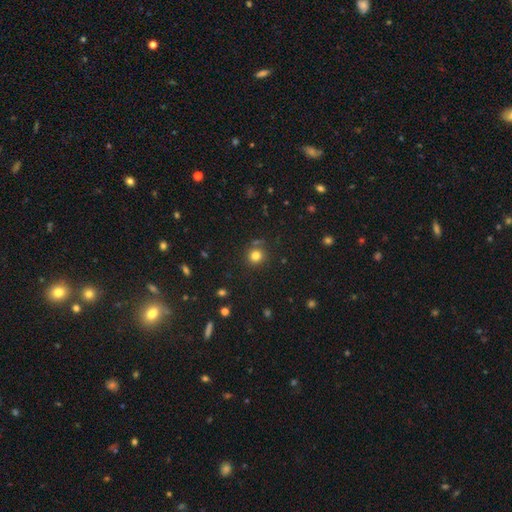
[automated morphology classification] Smooth or featured?
  - smooth: 79% *
  - star or artifact: 15%
  - featured or disk: 6%
How rounded?
  - round: 92% *
  - in between: 7%
  - cigar-shaped: 1%
Merging?
  - none: 81% *
  - minor disturbance: 9%
  - merger: 6%
  - major disturbance: 3%